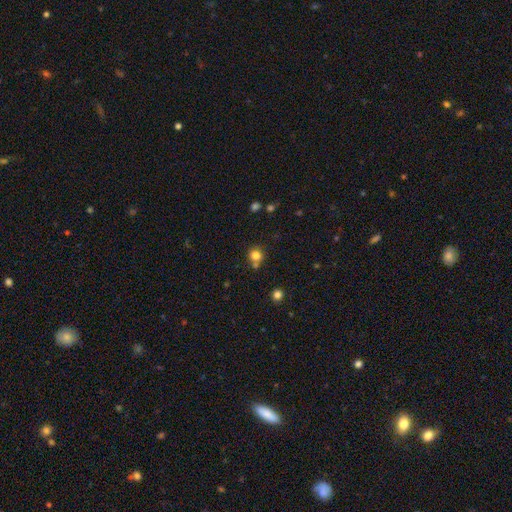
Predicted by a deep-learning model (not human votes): Smooth or featured: smooth — 79% (star or artifact — 14%)
How rounded: round — 86% (in between — 13%)
Merging: none — 62% (merger — 24%)